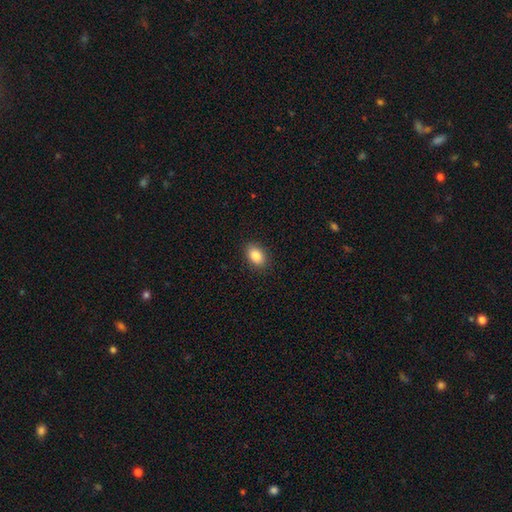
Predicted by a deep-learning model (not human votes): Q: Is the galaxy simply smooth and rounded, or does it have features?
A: smooth — 85%.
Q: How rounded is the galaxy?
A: in between — 84%.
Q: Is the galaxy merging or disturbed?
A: none — 89%.